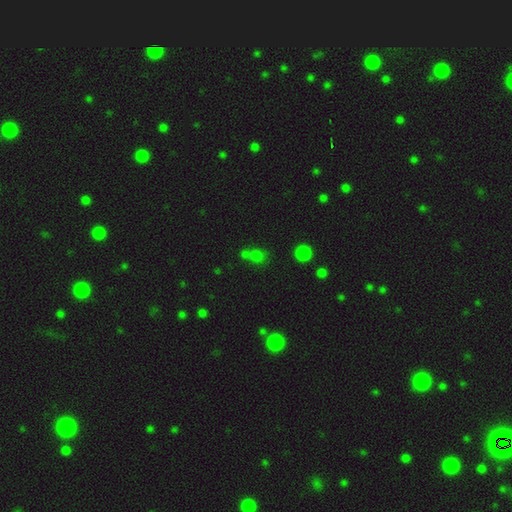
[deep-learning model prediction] A smooth galaxy with no disk features (67%) that is round (79%). Merging: none (50%).